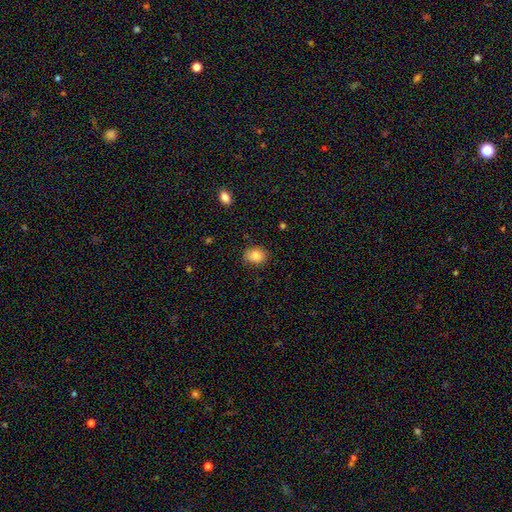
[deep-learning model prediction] smooth_or_featured: smooth (p=0.85) [alt: star or artifact p=0.09]
how_rounded: in between (p=0.52) [alt: round p=0.47]
merging: none (p=0.83) [alt: minor disturbance p=0.13]